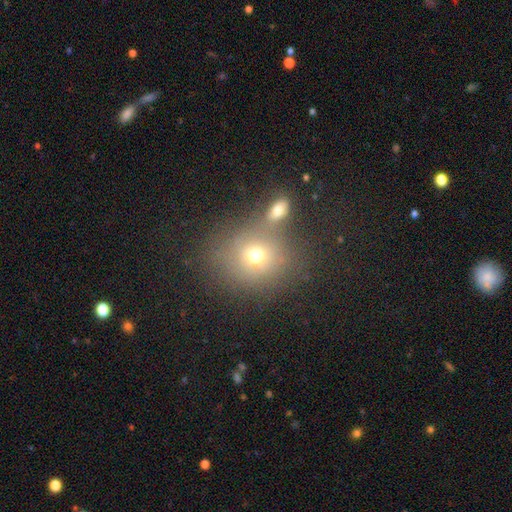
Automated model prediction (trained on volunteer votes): Q: Smooth or featured?
A: smooth (67%); runner-up: featured or disk (17%)
Q: How rounded?
A: round (74%); runner-up: in between (25%)
Q: Merging?
A: none (51%); runner-up: merger (31%)